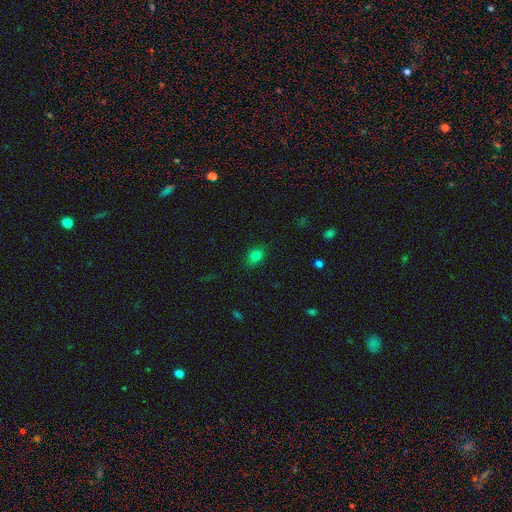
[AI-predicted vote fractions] smooth 78%, star or artifact 14%, featured or disk 8%. Down the decision tree: how rounded — in between (57%); merging — none (83%).